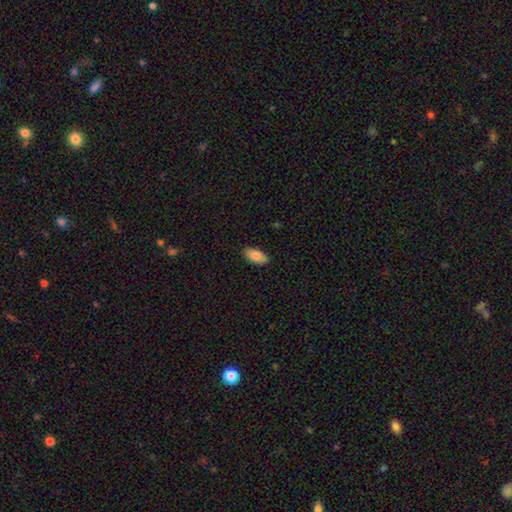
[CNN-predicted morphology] This is clearly a smooth galaxy (83%). How rounded: clearly in between (92%). Merging: clearly none (89%).